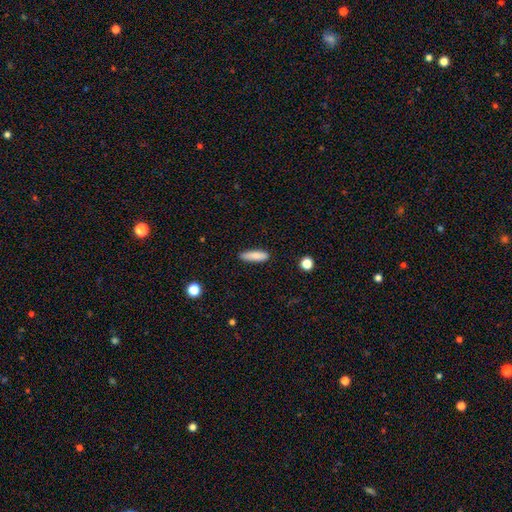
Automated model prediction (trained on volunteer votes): This is clearly a smooth galaxy (84%). How rounded: likely cigar-shaped (62%). Merging: clearly none (86%).